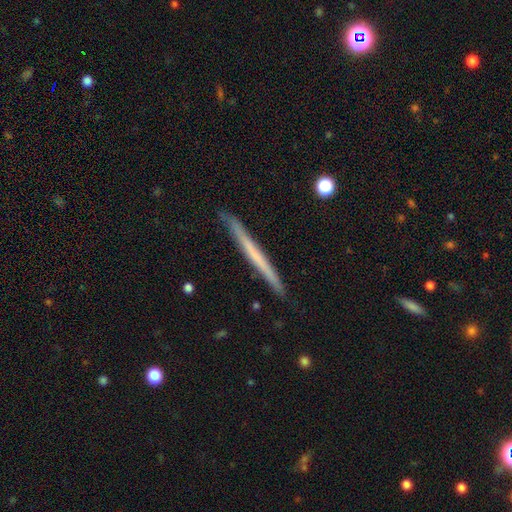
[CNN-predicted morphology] type=featured or disk (49%); merging=none (90%).